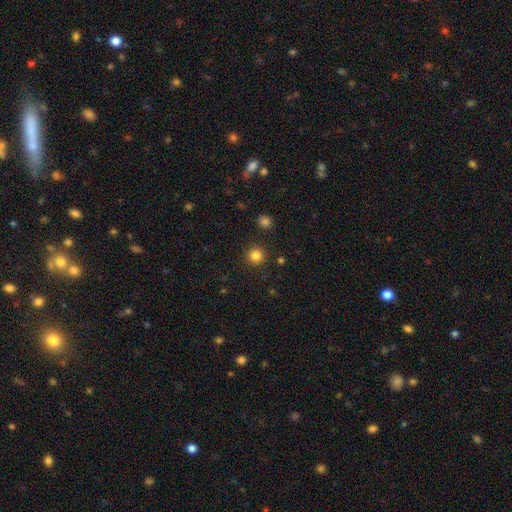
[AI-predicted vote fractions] A smooth galaxy with no disk features (83%) that is round (94%).

Vote fractions:
- Smooth or featured? smooth: 83% / star or artifact: 13% / featured or disk: 4%
- How rounded? round: 94% / in between: 5% / cigar-shaped: 1%
- Merging? none: 91% / minor disturbance: 5% / major disturbance: 2% / merger: 2%